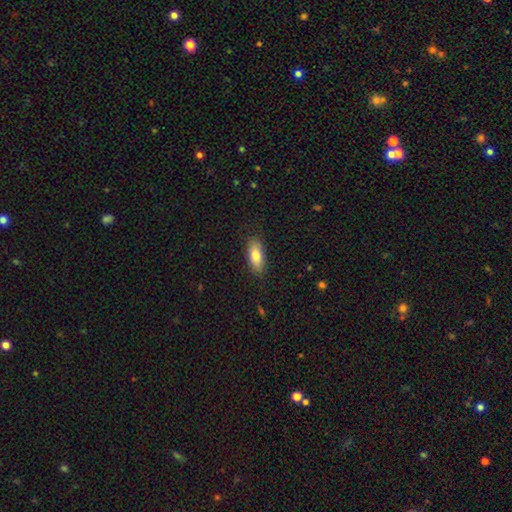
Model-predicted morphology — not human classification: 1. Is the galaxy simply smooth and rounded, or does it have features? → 79% smooth, 14% featured or disk, 7% star or artifact.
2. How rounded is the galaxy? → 81% in between, 17% cigar-shaped, 3% round.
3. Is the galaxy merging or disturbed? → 85% none, 11% minor disturbance, 3% major disturbance, 1% merger.